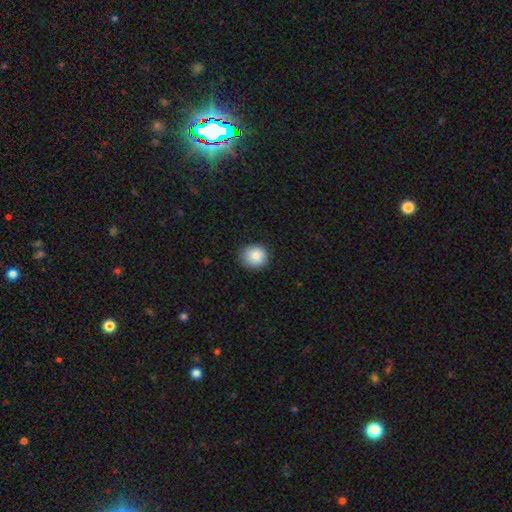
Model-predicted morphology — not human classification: Q: Smooth or featured?
A: smooth (87%); runner-up: star or artifact (8%)
Q: How rounded?
A: round (87%); runner-up: in between (12%)
Q: Merging?
A: none (85%); runner-up: minor disturbance (12%)